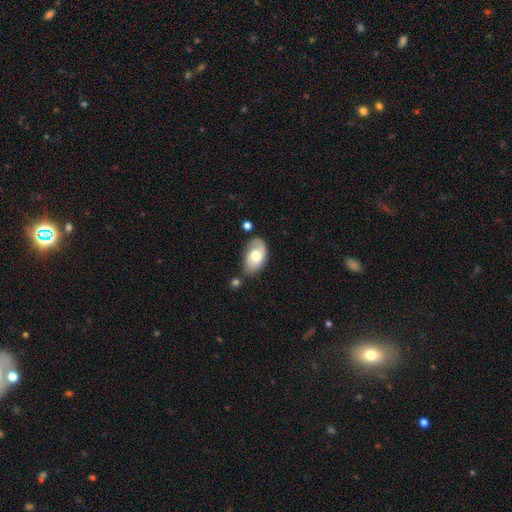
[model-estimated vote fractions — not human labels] Smooth or featured: smooth — 52% (featured or disk — 41%)
How rounded: in between — 91% (round — 7%)
Merging: none — 57% (minor disturbance — 26%)